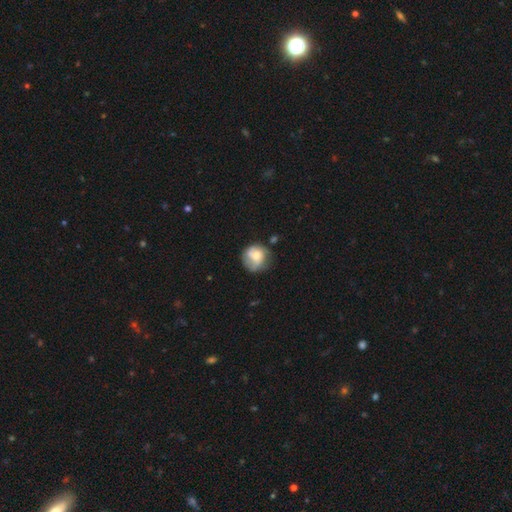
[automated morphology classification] A smooth galaxy with no disk features (58%) that is round (82%).

Vote fractions:
- Smooth or featured? smooth: 58% / featured or disk: 34% / star or artifact: 8%
- How rounded? round: 82% / in between: 17% / cigar-shaped: 1%
- Merging? none: 53% / minor disturbance: 26% / major disturbance: 13% / merger: 8%